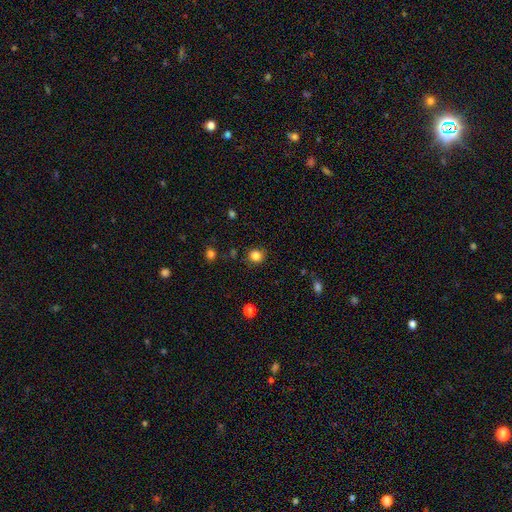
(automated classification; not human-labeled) Overall: smooth (84%). How rounded: round (89%). Merging: none (89%).